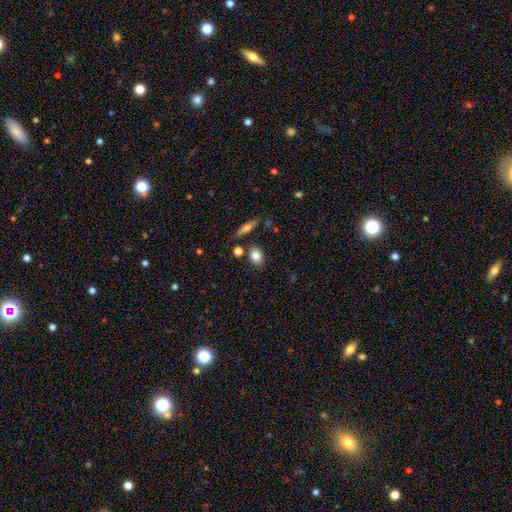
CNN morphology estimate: Smooth or featured?
  - smooth: 82% *
  - star or artifact: 9%
  - featured or disk: 9%
How rounded?
  - in between: 60% *
  - round: 37%
  - cigar-shaped: 3%
Merging?
  - none: 79% *
  - minor disturbance: 10%
  - merger: 8%
  - major disturbance: 3%